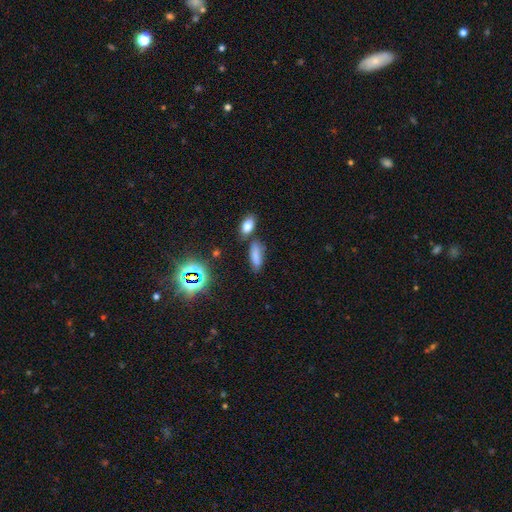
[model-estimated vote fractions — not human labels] A smooth galaxy with no disk features (73%) that is in between round and cigar-shaped (66%). Merging: none (67%).